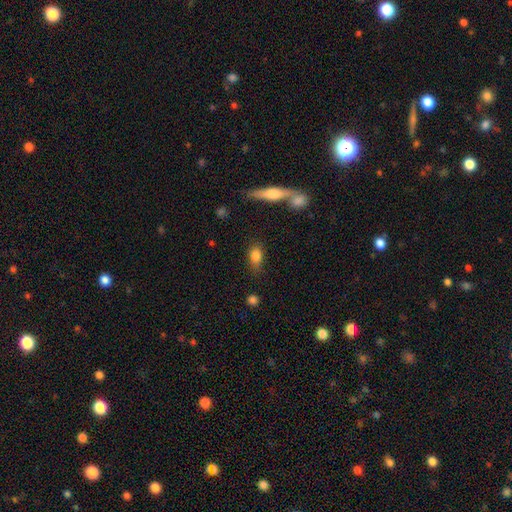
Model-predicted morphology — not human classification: smooth-or-featured: smooth: 81% | featured or disk: 11% | star or artifact: 8%
  how-rounded: in between: 78% | round: 15% | cigar-shaped: 7%
  merging: none: 70% | minor disturbance: 19% | merger: 6% | major disturbance: 5%